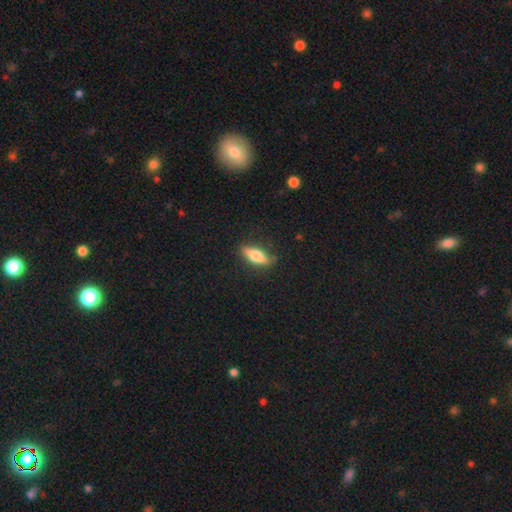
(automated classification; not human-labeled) smooth_or_featured: smooth (p=0.66) [alt: featured or disk p=0.28]
how_rounded: in between (p=0.55) [alt: cigar-shaped p=0.42]
merging: none (p=0.81) [alt: minor disturbance p=0.14]